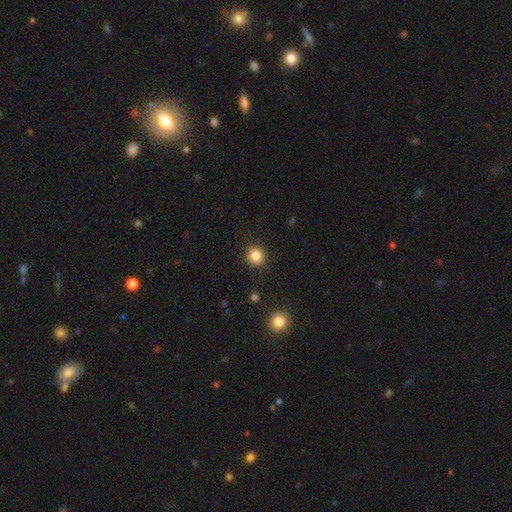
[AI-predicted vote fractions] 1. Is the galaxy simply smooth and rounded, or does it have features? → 85% smooth, 11% star or artifact, 4% featured or disk.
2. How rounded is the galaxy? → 86% round, 13% in between, 1% cigar-shaped.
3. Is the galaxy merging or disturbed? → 90% none, 6% minor disturbance, 2% major disturbance, 1% merger.